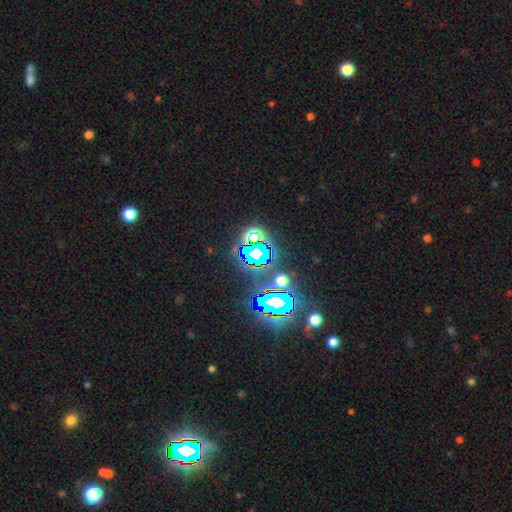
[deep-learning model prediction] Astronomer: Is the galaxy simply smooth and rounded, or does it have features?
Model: star or artifact — 75%.